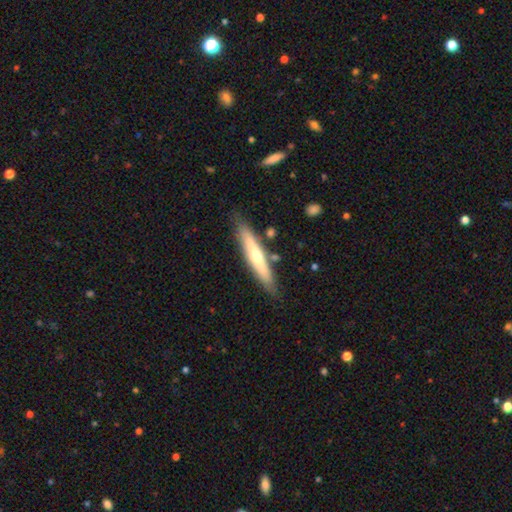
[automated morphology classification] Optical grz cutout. It shows a featured or disk galaxy (49%). Merging: none (83%).